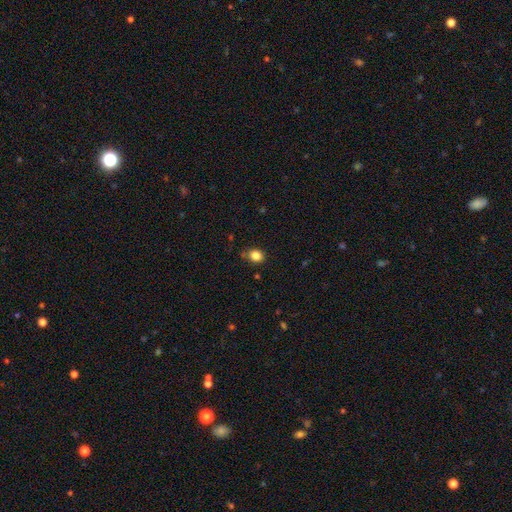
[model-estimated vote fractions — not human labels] Smooth or featured?
  - smooth: 84% *
  - star or artifact: 11%
  - featured or disk: 5%
How rounded?
  - round: 51% *
  - in between: 48%
  - cigar-shaped: 1%
Merging?
  - none: 76% *
  - minor disturbance: 18%
  - major disturbance: 4%
  - merger: 3%